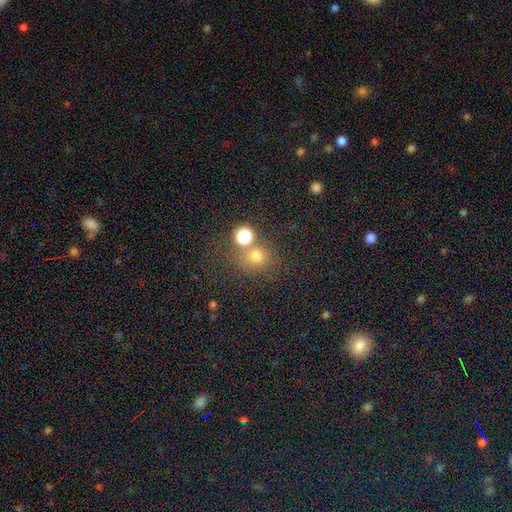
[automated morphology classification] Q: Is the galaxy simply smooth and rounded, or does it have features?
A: smooth — 69%.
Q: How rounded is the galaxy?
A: round — 82%.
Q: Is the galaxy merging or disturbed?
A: none — 61%.